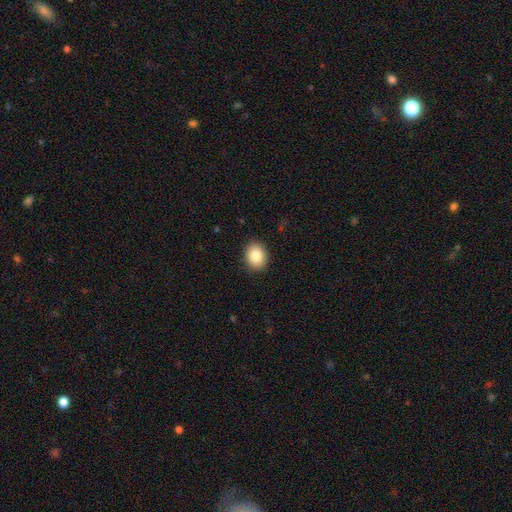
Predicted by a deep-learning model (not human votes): A smooth galaxy with no disk features (84%) that is in between round and cigar-shaped (53%).

Vote fractions:
- Smooth or featured? smooth: 84% / star or artifact: 9% / featured or disk: 8%
- How rounded? in between: 53% / round: 46% / cigar-shaped: 1%
- Merging? none: 89% / minor disturbance: 8% / major disturbance: 2% / merger: 1%